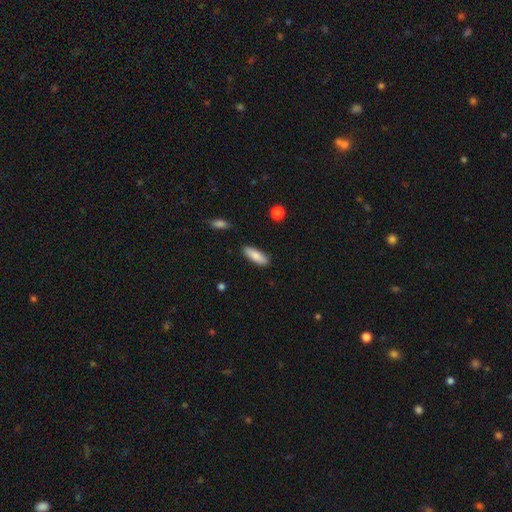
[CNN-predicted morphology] This is clearly a smooth galaxy (84%). How rounded: possibly in between (59%). Merging: clearly none (87%).